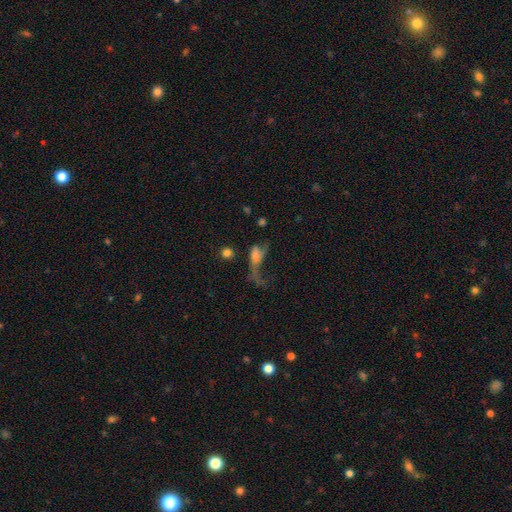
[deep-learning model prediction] Smooth or featured? Predicted: featured or disk (p=0.45). Merging? Predicted: major disturbance (p=0.57).